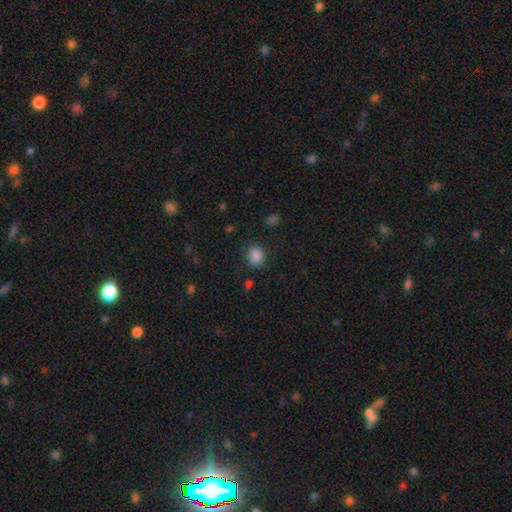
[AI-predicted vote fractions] This appears to be a smooth galaxy with no disk features (86%) that is round (68%). Merging: none (82%).